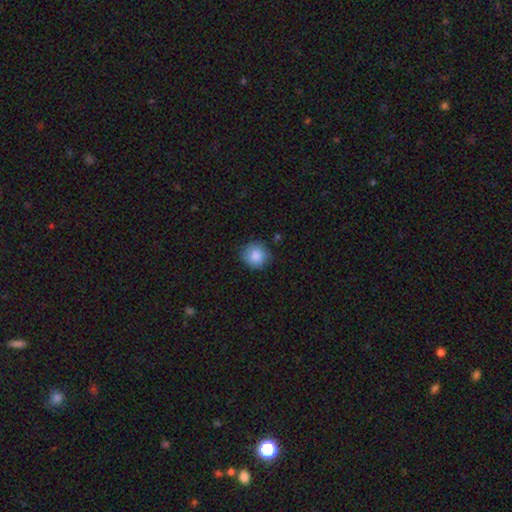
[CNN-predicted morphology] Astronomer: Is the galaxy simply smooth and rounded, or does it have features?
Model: smooth — 85%.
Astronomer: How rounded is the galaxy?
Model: round — 90%.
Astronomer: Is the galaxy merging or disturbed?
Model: none — 81%.